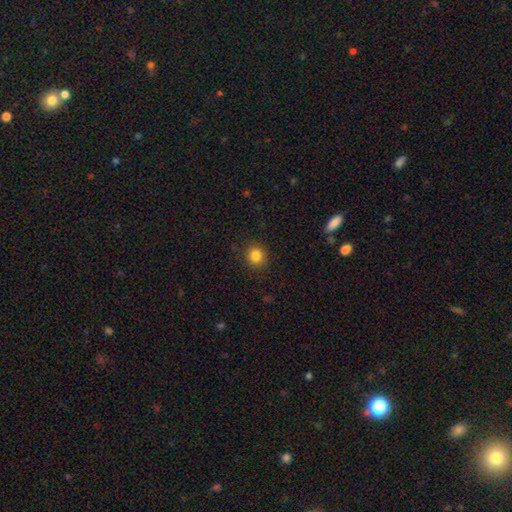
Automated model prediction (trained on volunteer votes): A smooth galaxy with no disk features (85%) that is round (90%). Merging: none (90%).